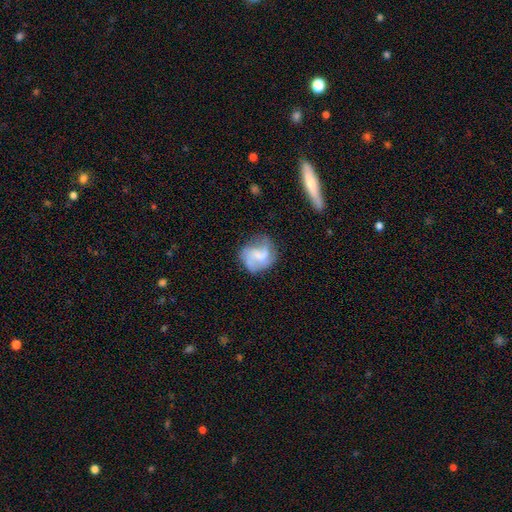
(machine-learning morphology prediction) Smooth or featured?
  - featured or disk: 59% *
  - smooth: 33%
  - star or artifact: 9%
Edge-on disk?
  - no: 98% *
  - yes: 2%
Bar?
  - no: 50% *
  - weak: 38%
  - strong: 12%
Spiral arms?
  - yes: 79% *
  - no: 21%
Bulge size?
  - none: 46% *
  - small: 24%
  - moderate: 21%
  - large: 7%
  - dominant: 2%
Merging?
  - none: 54% *
  - minor disturbance: 23%
  - major disturbance: 19%
  - merger: 4%